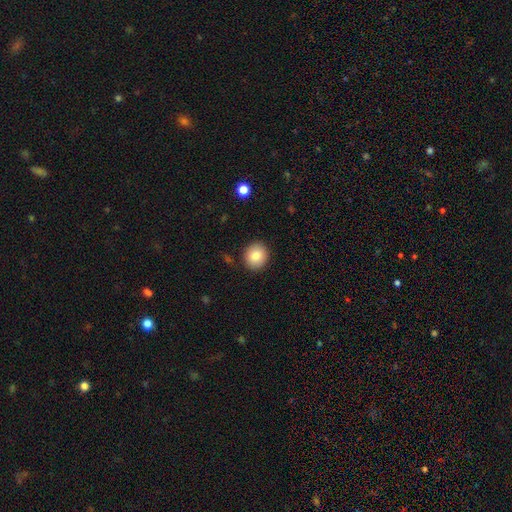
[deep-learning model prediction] smooth 85%, star or artifact 8%, featured or disk 7%. Down the decision tree: how rounded — round (78%); merging — none (89%).